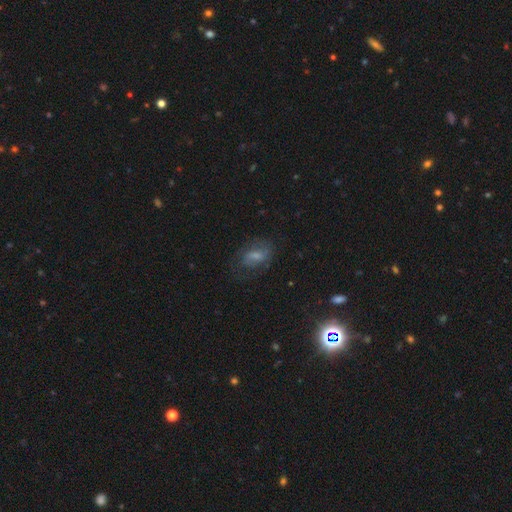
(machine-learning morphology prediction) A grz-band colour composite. It shows a smooth galaxy with no disk features (44%, tied with featured or disk). Merging: none (63%).